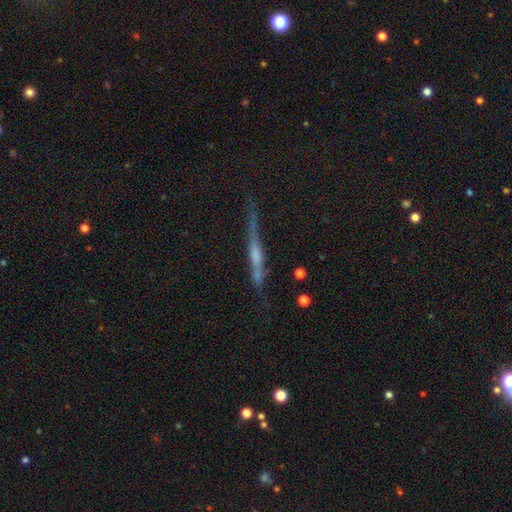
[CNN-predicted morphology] Smooth or featured? Predicted: featured or disk (p=0.70). Edge-on disk? Predicted: yes (p=0.94). Edge-on bulge? Predicted: rounded (p=0.62). Merging? Predicted: none (p=0.75).